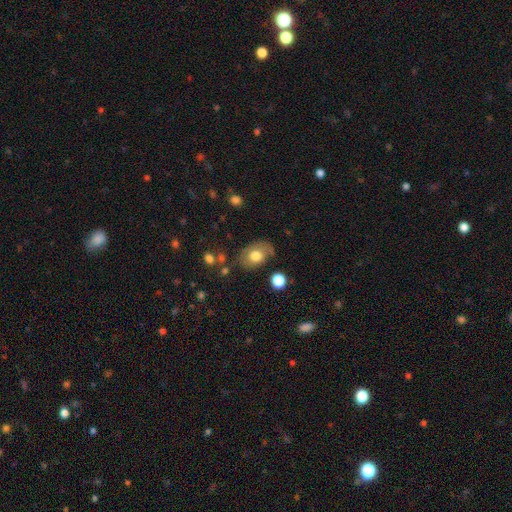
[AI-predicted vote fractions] Smooth or featured? smooth (70%)
How rounded? in between (77%)
Merging? none (62%)